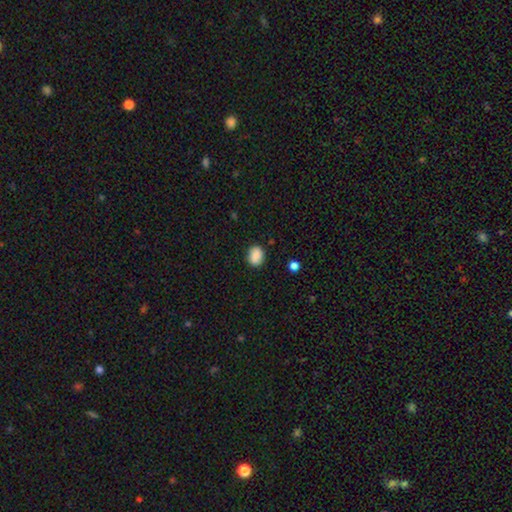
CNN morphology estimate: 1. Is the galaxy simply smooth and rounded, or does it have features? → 88% smooth, 8% star or artifact, 3% featured or disk.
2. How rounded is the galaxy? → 53% in between, 46% round, 1% cigar-shaped.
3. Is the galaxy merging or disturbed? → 86% none, 10% minor disturbance, 2% major disturbance, 2% merger.